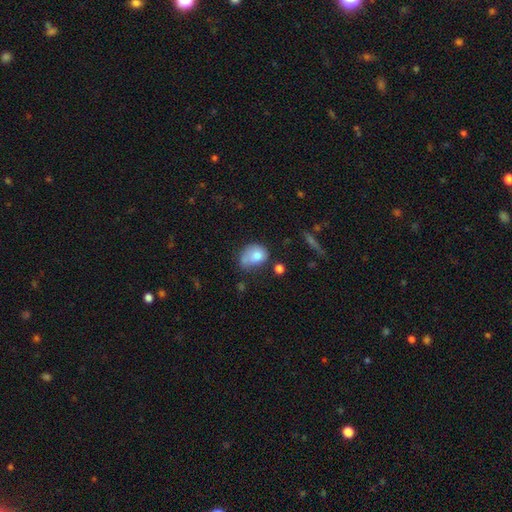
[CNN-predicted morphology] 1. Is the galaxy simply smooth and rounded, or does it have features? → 74% smooth, 17% featured or disk, 9% star or artifact.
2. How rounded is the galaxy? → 59% in between, 40% round, 1% cigar-shaped.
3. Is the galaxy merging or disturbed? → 30% minor disturbance, 29% none, 21% major disturbance, 20% merger.